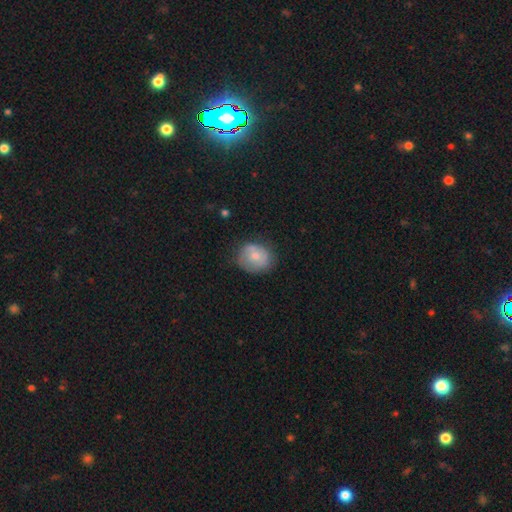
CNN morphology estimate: A smooth galaxy with no disk features (64%) that is round (69%).

Vote fractions:
- Smooth or featured? smooth: 64% / featured or disk: 28% / star or artifact: 7%
- How rounded? round: 69% / in between: 30% / cigar-shaped: 1%
- Merging? none: 65% / minor disturbance: 25% / major disturbance: 8% / merger: 2%